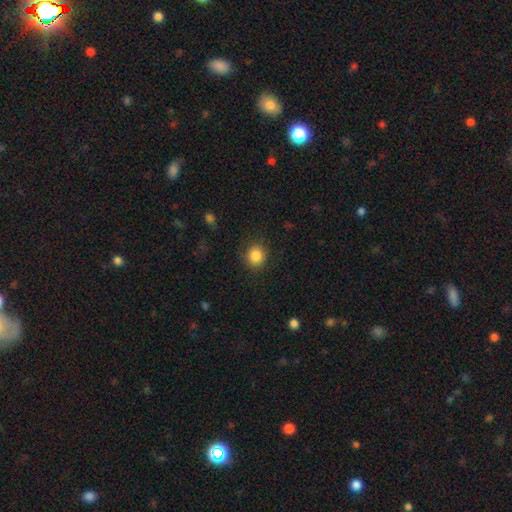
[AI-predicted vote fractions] A smooth galaxy with no disk features (85%) that is round (87%).

Vote fractions:
- Smooth or featured? smooth: 85% / star or artifact: 10% / featured or disk: 5%
- How rounded? round: 87% / in between: 12% / cigar-shaped: 1%
- Merging? none: 86% / minor disturbance: 10% / major disturbance: 3% / merger: 1%